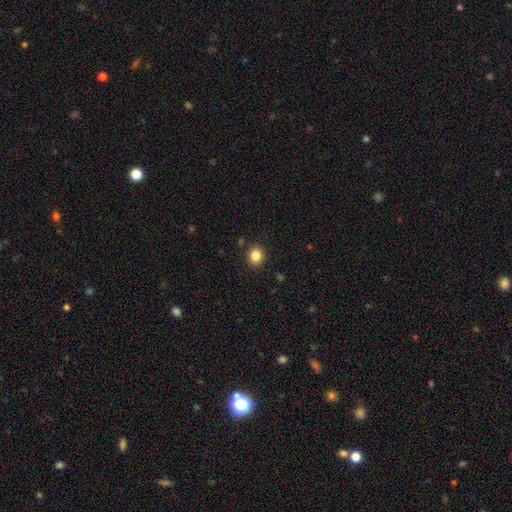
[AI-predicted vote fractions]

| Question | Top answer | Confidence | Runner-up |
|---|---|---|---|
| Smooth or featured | smooth | 85% | star or artifact (11%) |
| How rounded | round | 76% | in between (23%) |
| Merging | none | 90% | minor disturbance (7%) |